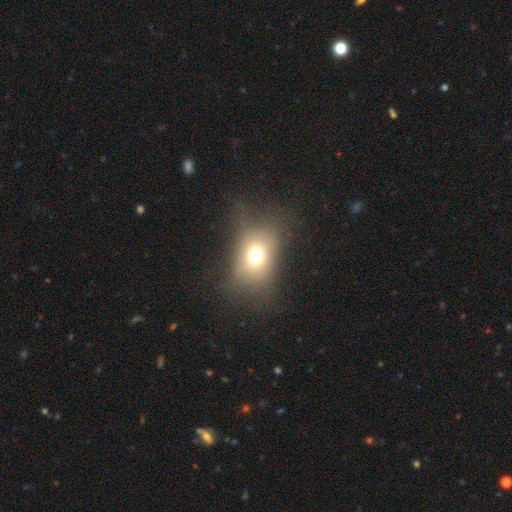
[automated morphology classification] A smooth galaxy with no disk features (69%) that is in between round and cigar-shaped (62%). Merging: none (62%).